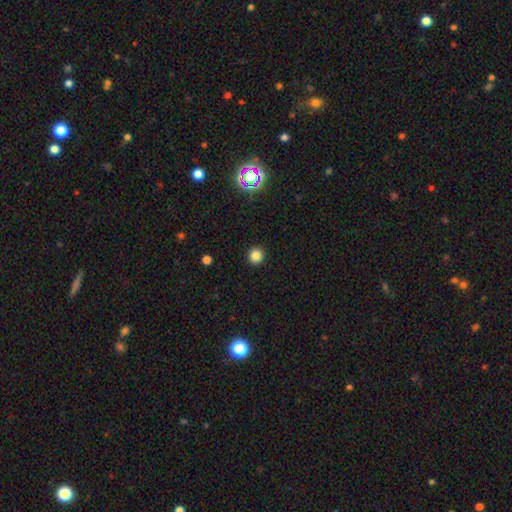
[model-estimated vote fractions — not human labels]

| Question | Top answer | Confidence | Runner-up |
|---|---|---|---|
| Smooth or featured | smooth | 82% | star or artifact (14%) |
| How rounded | round | 94% | in between (5%) |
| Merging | none | 93% | minor disturbance (5%) |